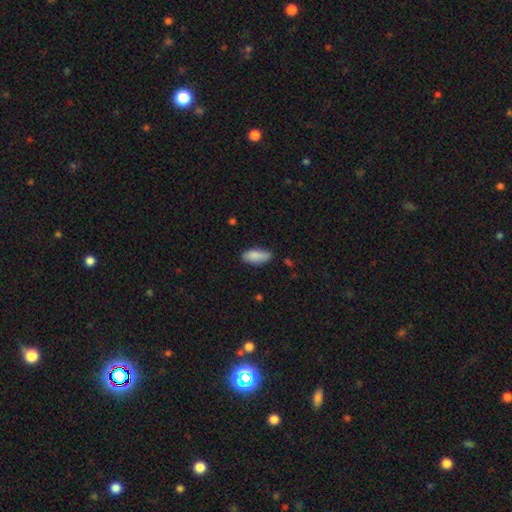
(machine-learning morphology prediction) This is clearly a smooth galaxy (87%). How rounded: clearly in between (81%). Merging: likely none (70%).